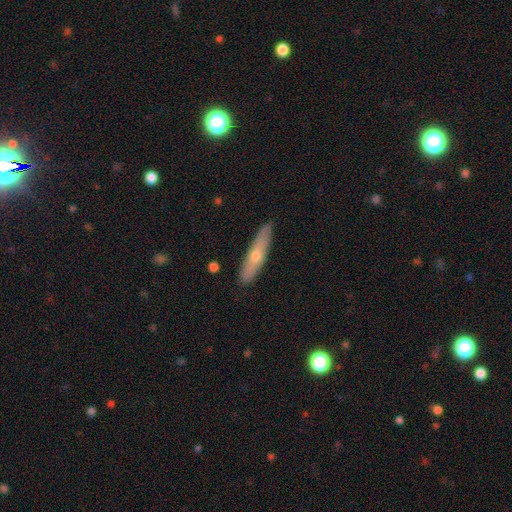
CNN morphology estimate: The model was most divided on "smooth or featured": smooth: 52%, featured or disk: 42%, star or artifact: 6%. More confident: merging — none (88%); how rounded — cigar-shaped (79%).